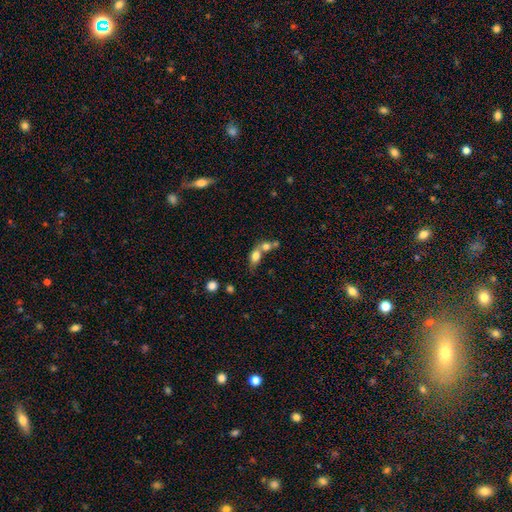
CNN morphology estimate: smooth_or_featured: smooth (p=0.75) [alt: featured or disk p=0.15]
how_rounded: in between (p=0.72) [alt: round p=0.24]
merging: merger (p=0.63) [alt: none p=0.23]